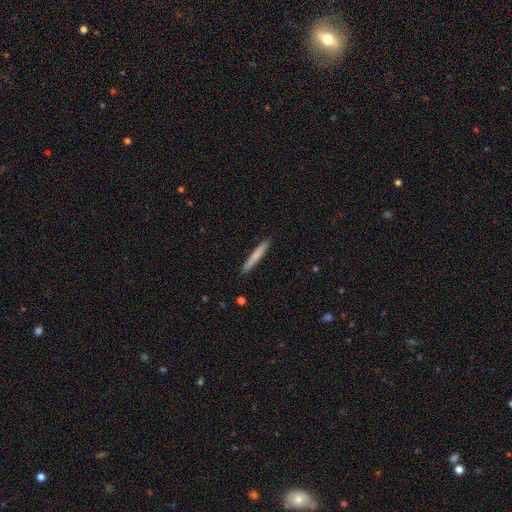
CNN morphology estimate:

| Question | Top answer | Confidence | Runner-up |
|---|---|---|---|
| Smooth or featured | smooth | 73% | featured or disk (22%) |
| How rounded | cigar-shaped | 96% | in between (3%) |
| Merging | none | 91% | minor disturbance (7%) |